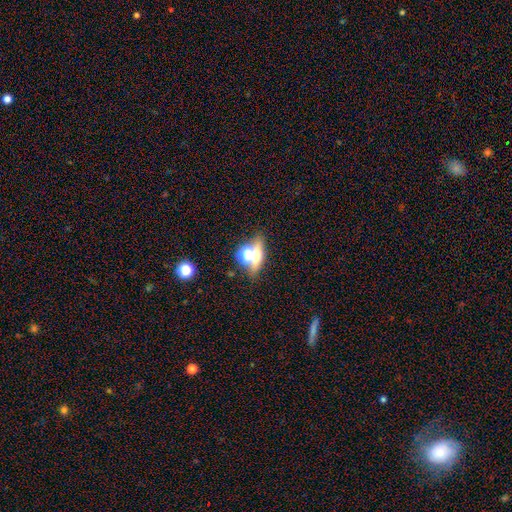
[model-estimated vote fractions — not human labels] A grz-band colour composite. It shows a smooth galaxy with no disk features (49%). Merging: none (56%).